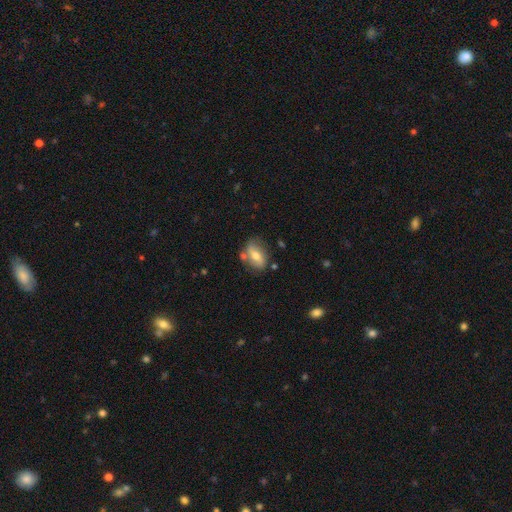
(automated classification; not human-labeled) Overall: smooth (51%; featured or disk 42%). How rounded: in between (83%). Merging: none (66%).